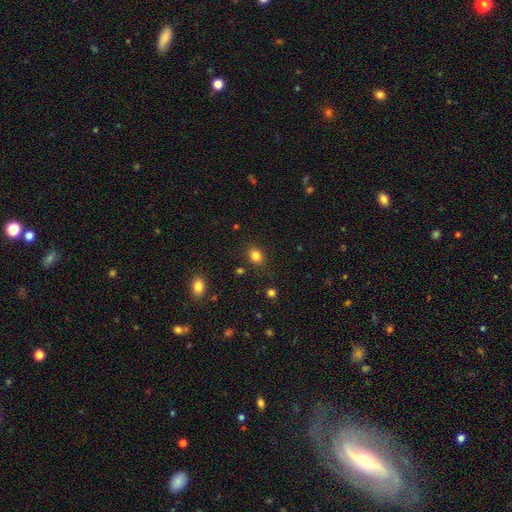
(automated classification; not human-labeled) This is clearly a smooth galaxy (82%). How rounded: possibly round (55%). Merging: clearly none (84%).